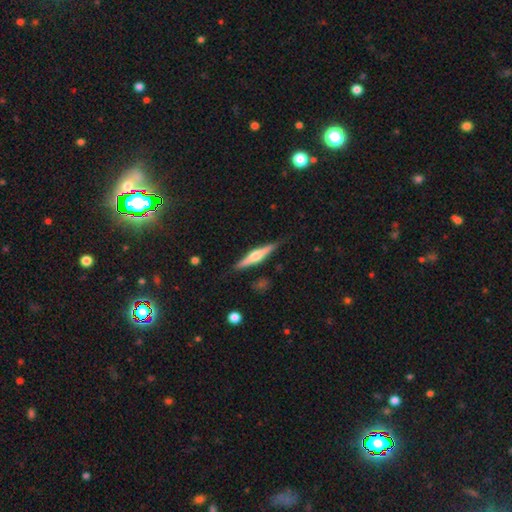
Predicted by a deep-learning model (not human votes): Smooth or featured? featured or disk (67%)
Edge-on disk? yes (97%)
Edge-on bulge? rounded (89%)
Merging? none (86%)